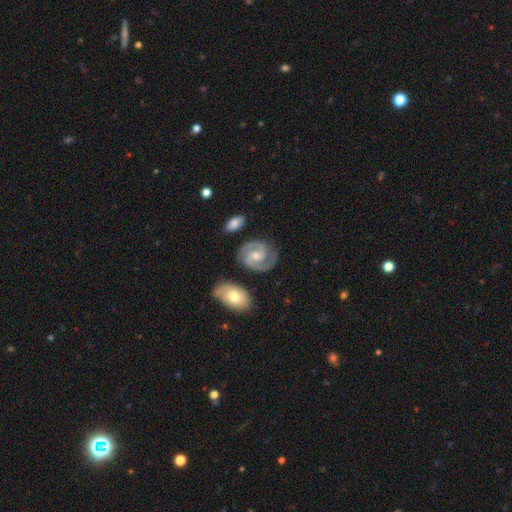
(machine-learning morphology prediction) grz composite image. It shows a featured or disk galaxy (88%) with a weak bar (46%), 2 (91%) medium (49%) spiral arms (98%) and a moderate central bulge (55%). Merging: none (79%).